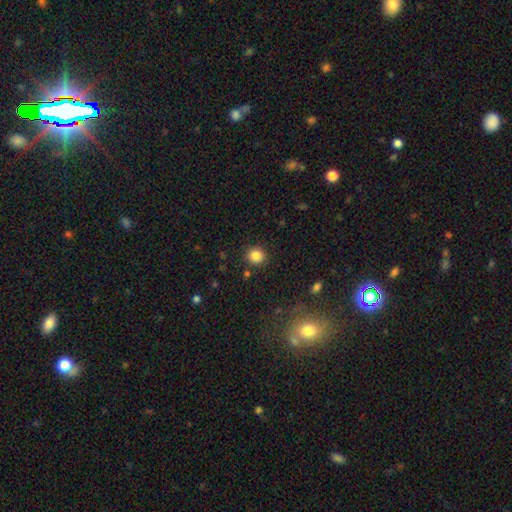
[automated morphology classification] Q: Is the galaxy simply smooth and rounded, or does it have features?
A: smooth — 84%.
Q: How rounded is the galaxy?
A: round — 88%.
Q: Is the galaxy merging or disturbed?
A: none — 89%.